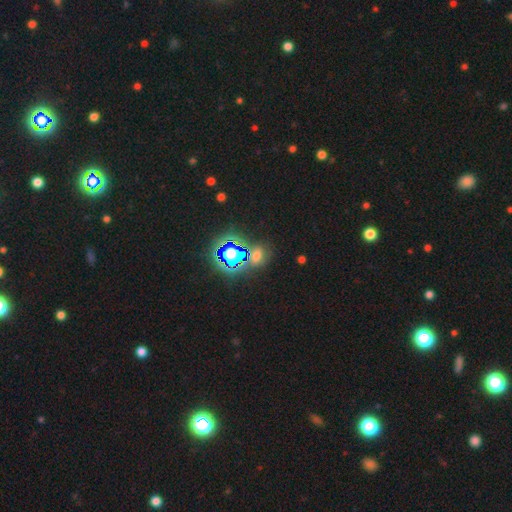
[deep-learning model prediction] Smooth or featured?
  - star or artifact: 51% *
  - smooth: 36%
  - featured or disk: 12%